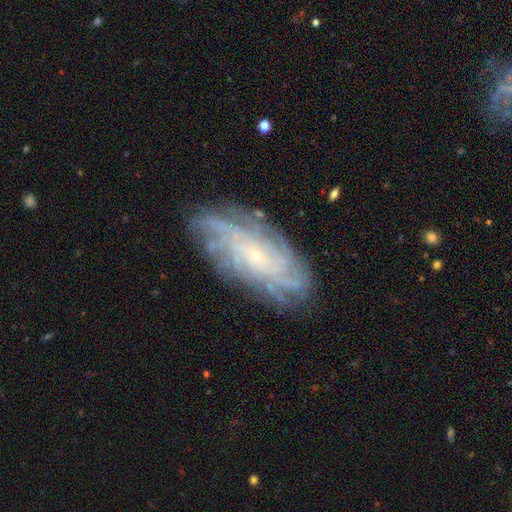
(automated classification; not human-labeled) A featured or disk galaxy (81%) with no bar (75%), tight (68%) spiral arms (95%) and a small central bulge (85%).

Vote fractions:
- Smooth or featured? featured or disk: 81% / smooth: 11% / star or artifact: 8%
- Edge-on disk? no: 91% / yes: 9%
- Bar? no: 75% / weak: 20% / strong: 5%
- Spiral arms? yes: 95% / no: 5%
- Spiral winding? tight: 68% / medium: 24% / loose: 8%
- Spiral arm count? can't tell: 34% / more than 4: 27% / 4: 18% / 3: 8% / 2: 7% / 1: 6%
- Bulge size? small: 85% / moderate: 10% / none: 3% / large: 1% / dominant: 1%
- Merging? none: 81% / minor disturbance: 14% / major disturbance: 4% / merger: 1%